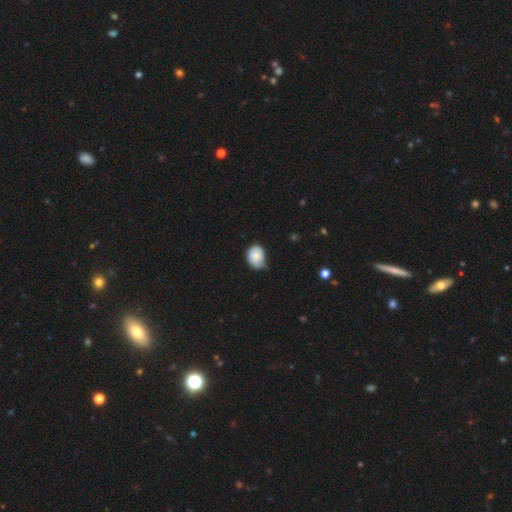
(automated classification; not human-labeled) smooth 78%, featured or disk 14%, star or artifact 8%. Down the decision tree: how rounded — in between (58%); merging — none (48%).